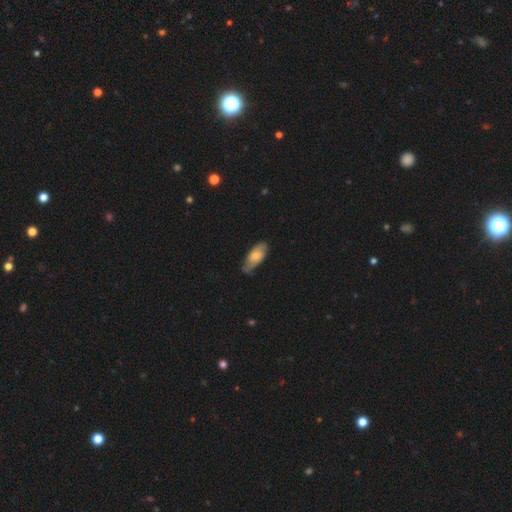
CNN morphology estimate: type=smooth (58%); roundness=in between (83%); merging=none (60%).